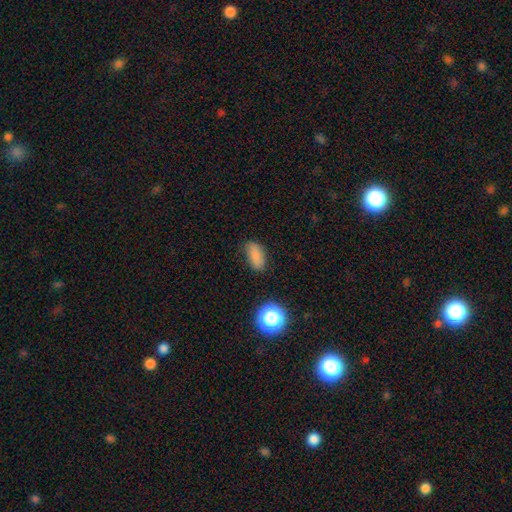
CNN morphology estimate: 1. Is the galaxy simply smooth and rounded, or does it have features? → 82% smooth, 12% star or artifact, 6% featured or disk.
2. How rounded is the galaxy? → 87% in between, 7% round, 6% cigar-shaped.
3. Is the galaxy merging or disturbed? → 75% none, 19% minor disturbance, 4% major disturbance, 2% merger.